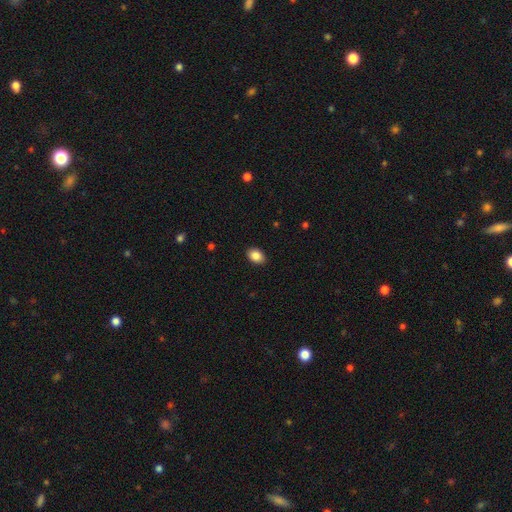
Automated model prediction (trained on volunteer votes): A smooth galaxy with no disk features (88%) that is in between round and cigar-shaped (81%).

Vote fractions:
- Smooth or featured? smooth: 88% / star or artifact: 8% / featured or disk: 4%
- How rounded? in between: 81% / round: 18% / cigar-shaped: 1%
- Merging? none: 90% / minor disturbance: 8% / major disturbance: 2% / merger: 1%